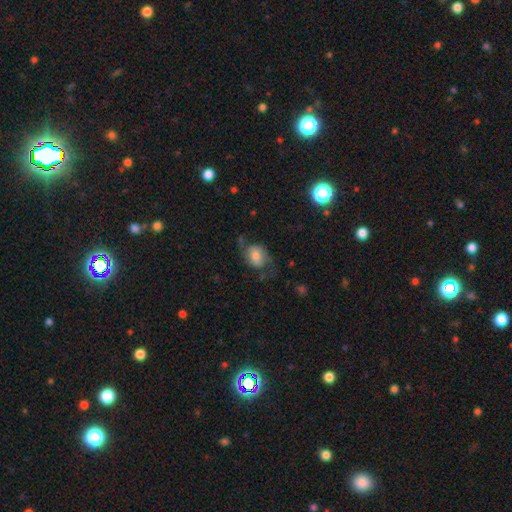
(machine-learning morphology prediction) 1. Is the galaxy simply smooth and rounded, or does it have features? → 49% featured or disk, 42% smooth, 9% star or artifact.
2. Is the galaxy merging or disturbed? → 53% none, 23% minor disturbance, 22% major disturbance, 2% merger.